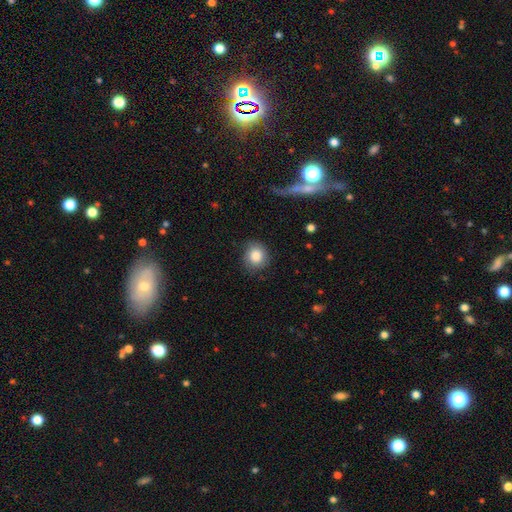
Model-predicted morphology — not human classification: The model was most divided on "merging": none: 79%, minor disturbance: 15%, major disturbance: 4%, merger: 1%. More confident: smooth or featured — smooth (83%); how rounded — round (83%).